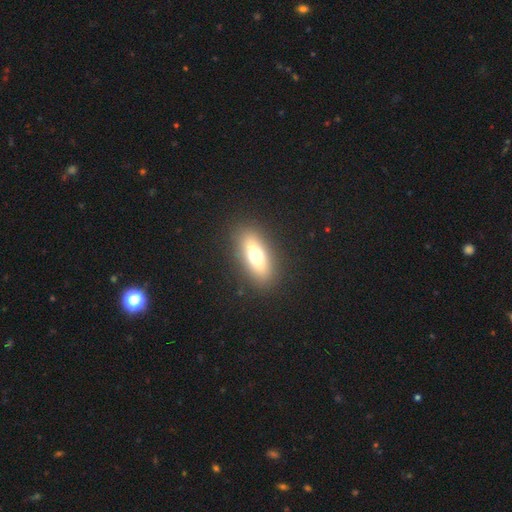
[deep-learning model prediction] Smooth or featured? smooth (60%)
How rounded? in between (67%)
Merging? none (88%)